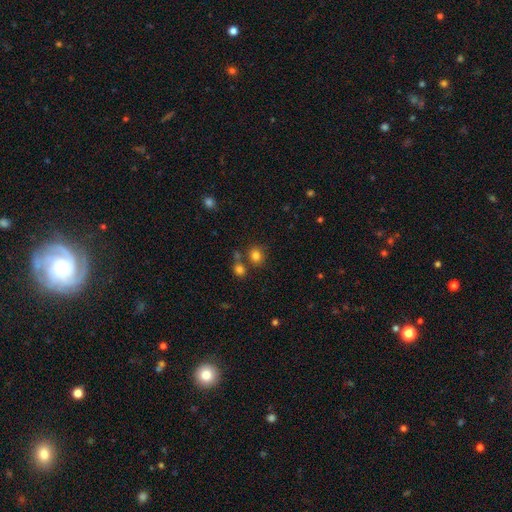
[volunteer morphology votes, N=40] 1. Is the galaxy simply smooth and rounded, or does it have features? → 82% smooth, 10% star or artifact, 8% featured or disk.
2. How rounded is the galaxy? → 73% round, 27% in between, 0% cigar-shaped.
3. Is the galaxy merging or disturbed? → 81% none, 14% merger, 6% minor disturbance, 0% major disturbance.